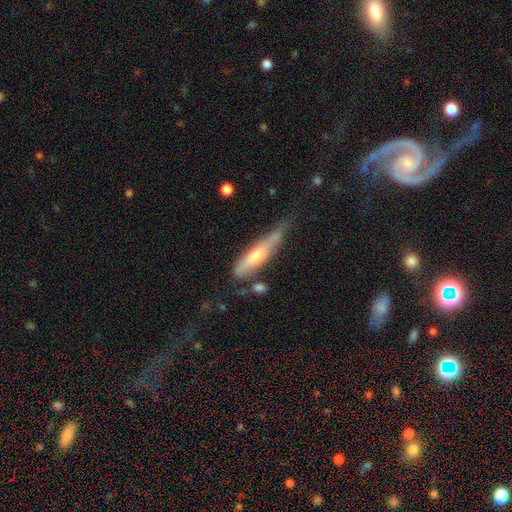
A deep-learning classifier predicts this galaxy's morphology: type=smooth (52%); roundness=cigar-shaped (81%); merging=none (42%).